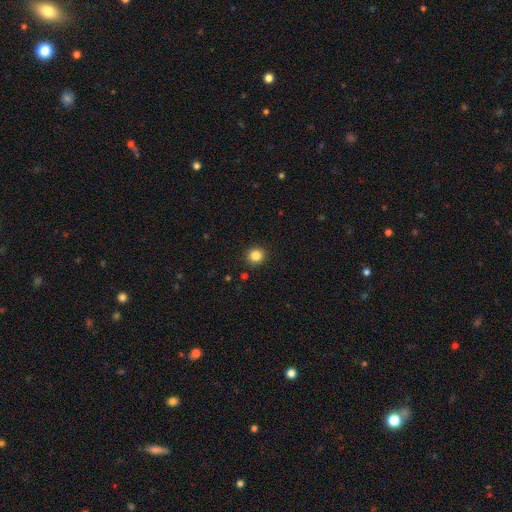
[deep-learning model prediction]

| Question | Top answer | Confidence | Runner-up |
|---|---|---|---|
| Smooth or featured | smooth | 84% | star or artifact (11%) |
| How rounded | round | 90% | in between (9%) |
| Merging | none | 91% | minor disturbance (6%) |